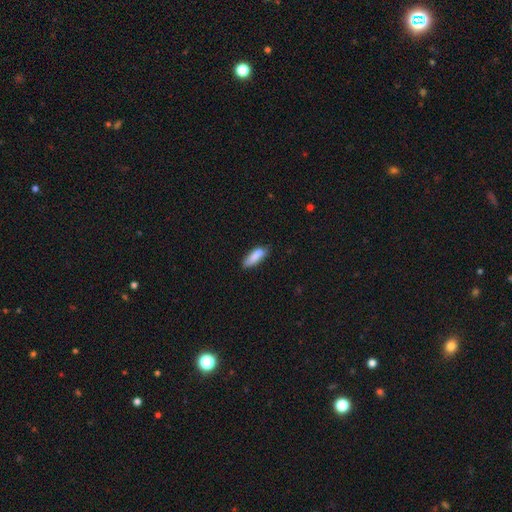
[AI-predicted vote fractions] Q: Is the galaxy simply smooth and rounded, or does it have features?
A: smooth — 85%.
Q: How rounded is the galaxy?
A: in between — 52%.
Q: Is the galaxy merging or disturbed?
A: none — 72%.